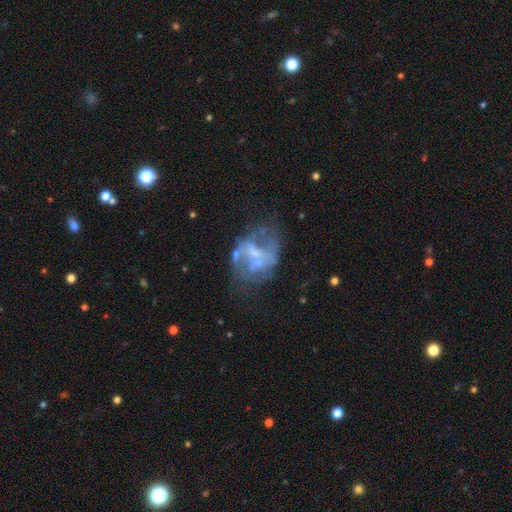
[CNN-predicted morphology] smooth_or_featured: featured or disk (p=0.74) [alt: smooth p=0.16]
disk_edge_on: no (p=0.98) [alt: yes p=0.02]
bar: no (p=0.52) [alt: weak p=0.35]
has_spiral_arms: yes (p=0.51) [alt: no p=0.49]
bulge_size: small (p=0.47) [alt: none p=0.29]
merging: none (p=0.41) [alt: major disturbance p=0.27]